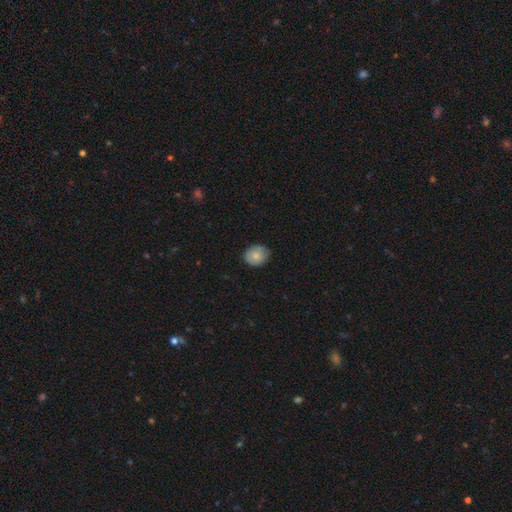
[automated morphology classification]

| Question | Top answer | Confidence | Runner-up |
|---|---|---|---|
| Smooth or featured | smooth | 78% | featured or disk (15%) |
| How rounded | round | 59% | in between (40%) |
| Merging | none | 80% | minor disturbance (17%) |